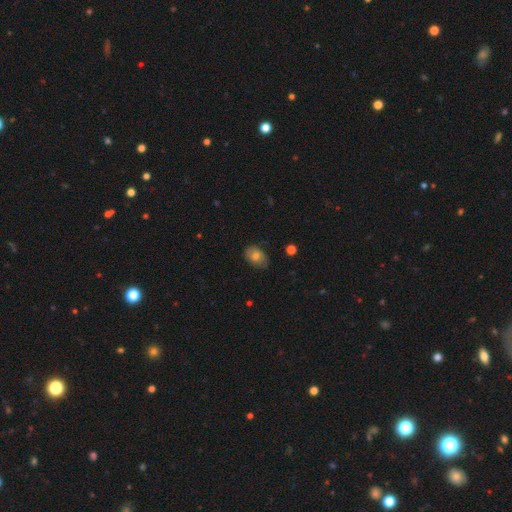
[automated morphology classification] This is likely a smooth galaxy (71%). How rounded: likely in between (79%). Merging: likely none (75%).